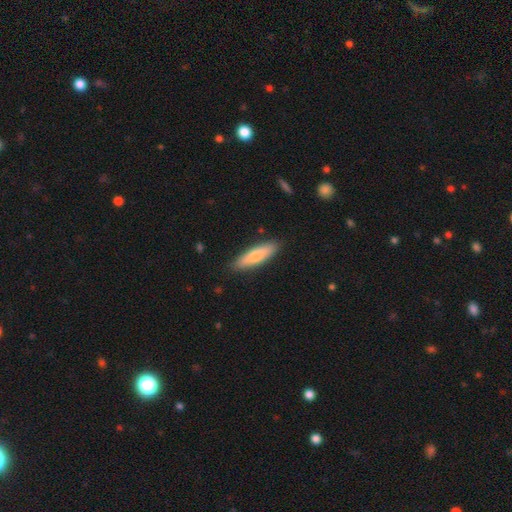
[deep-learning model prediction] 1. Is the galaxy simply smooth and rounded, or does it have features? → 73% smooth, 21% featured or disk, 5% star or artifact.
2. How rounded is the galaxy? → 69% cigar-shaped, 30% in between, 2% round.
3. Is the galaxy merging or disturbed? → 88% none, 9% minor disturbance, 2% major disturbance, 1% merger.